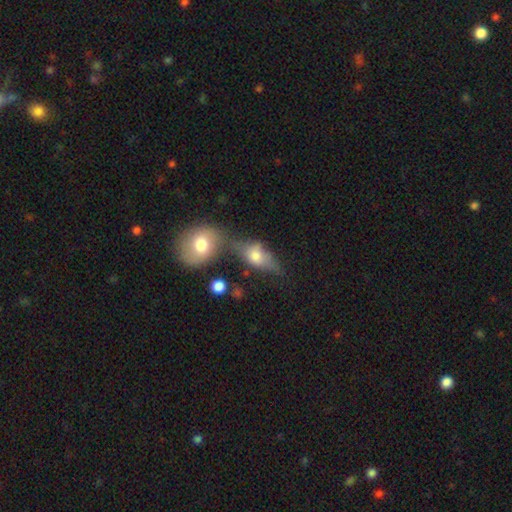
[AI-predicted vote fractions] A smooth galaxy with no disk features (62%) that is in between round and cigar-shaped (76%). Merging: merger (37%).